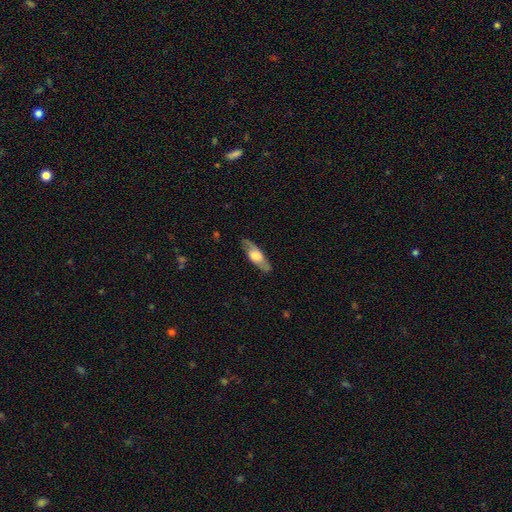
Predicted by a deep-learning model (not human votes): Smooth or featured?
  - featured or disk: 54% *
  - smooth: 40%
  - star or artifact: 6%
Edge-on disk?
  - no: 55% *
  - yes: 45%
Merging?
  - none: 82% *
  - minor disturbance: 13%
  - major disturbance: 4%
  - merger: 1%